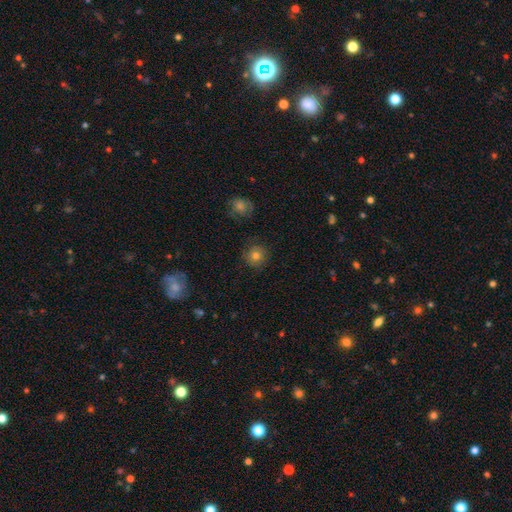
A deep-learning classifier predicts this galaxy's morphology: Smooth or featured?
  - smooth: 78% *
  - star or artifact: 12%
  - featured or disk: 10%
How rounded?
  - round: 93% *
  - in between: 6%
  - cigar-shaped: 1%
Merging?
  - none: 85% *
  - minor disturbance: 10%
  - major disturbance: 3%
  - merger: 2%